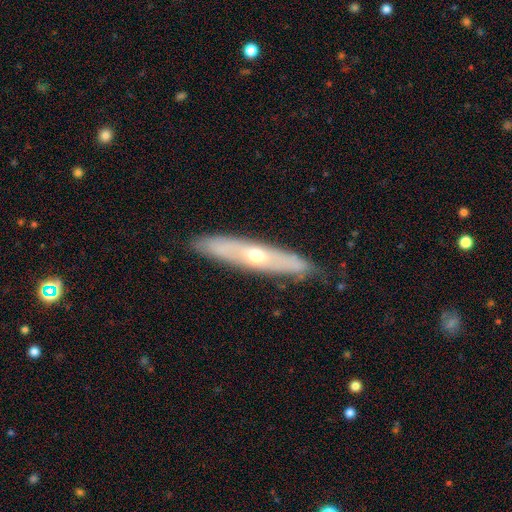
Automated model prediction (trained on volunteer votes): Q: Smooth or featured?
A: featured or disk (61%); runner-up: smooth (32%)
Q: Edge-on disk?
A: yes (64%); runner-up: no (36%)
Q: Merging?
A: none (84%); runner-up: minor disturbance (13%)